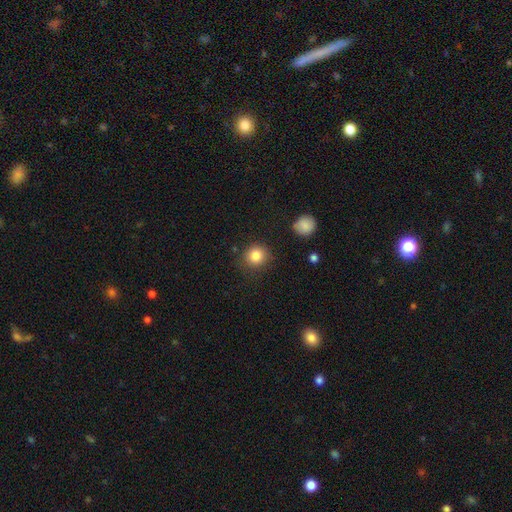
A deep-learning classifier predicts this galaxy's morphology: Smooth or featured? Predicted: smooth (p=0.85). How rounded? Predicted: round (p=0.90). Merging? Predicted: none (p=0.84).